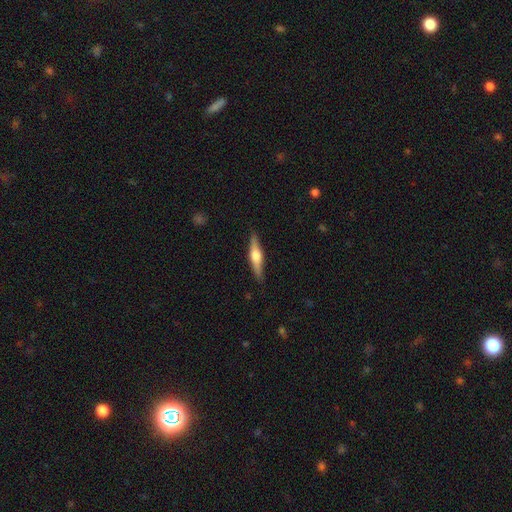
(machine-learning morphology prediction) This appears to be a featured or disk galaxy (60%) viewed edge-on (96%) with a rounded central bulge (91%). Merging: none (88%).